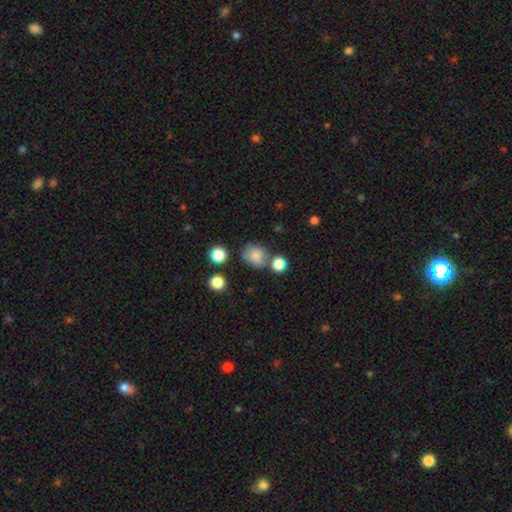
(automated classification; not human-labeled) smooth-or-featured: smooth: 81% | star or artifact: 12% | featured or disk: 8%
  how-rounded: round: 70% | in between: 29% | cigar-shaped: 1%
  merging: none: 62% | minor disturbance: 18% | merger: 14% | major disturbance: 6%